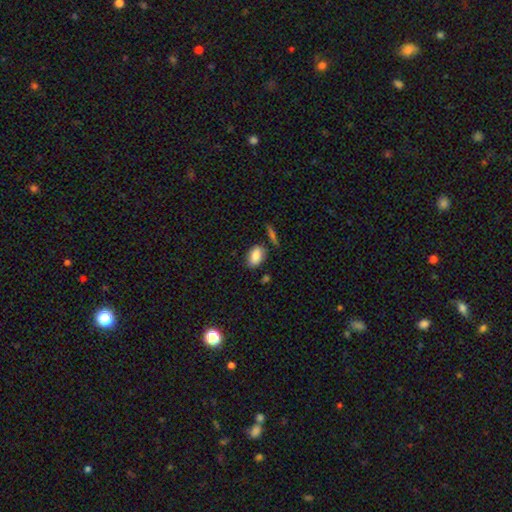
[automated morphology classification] This appears to be a smooth galaxy with no disk features (84%) that is in between round and cigar-shaped (86%). Merging: none (69%).